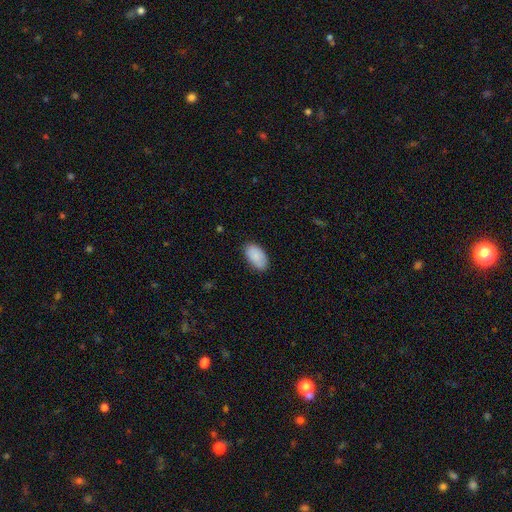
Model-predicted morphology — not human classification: Smooth or featured? Predicted: smooth (p=0.89). How rounded? Predicted: in between (p=0.95). Merging? Predicted: none (p=0.82).